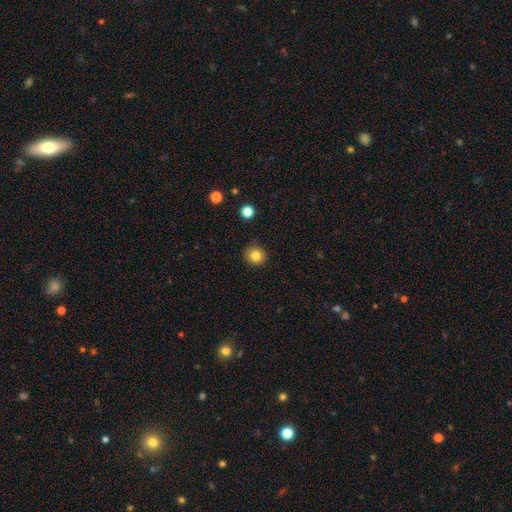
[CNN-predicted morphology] This is clearly a smooth galaxy (81%). How rounded: clearly round (89%). Merging: clearly none (86%).